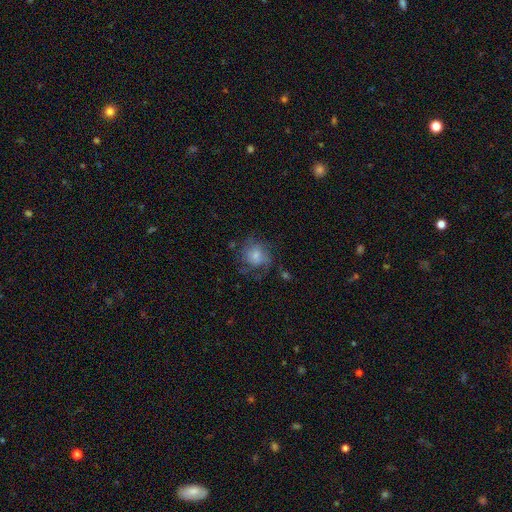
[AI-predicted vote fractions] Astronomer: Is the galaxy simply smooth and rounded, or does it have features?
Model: smooth — 54% (runner-up: featured or disk, 37%).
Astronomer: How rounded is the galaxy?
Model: round — 79%.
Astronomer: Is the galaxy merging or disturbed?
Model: none — 54%.